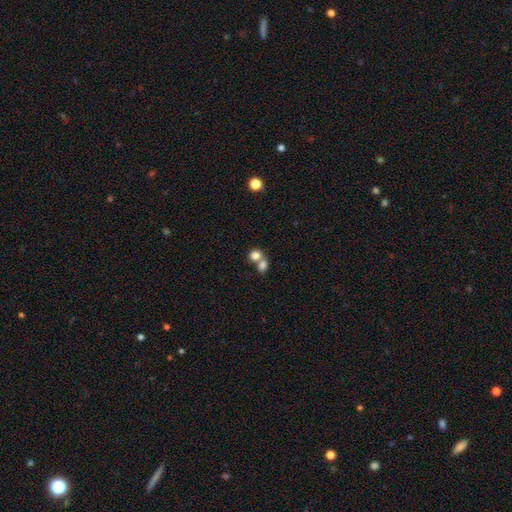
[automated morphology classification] Smooth or featured? smooth (80%)
How rounded? round (65%)
Merging? merger (59%)